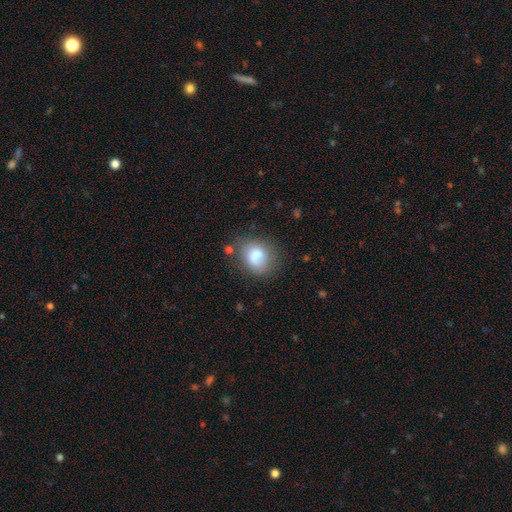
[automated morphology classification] Smooth or featured: smooth — 77% (featured or disk — 14%)
How rounded: round — 62% (in between — 37%)
Merging: none — 57% (minor disturbance — 23%)